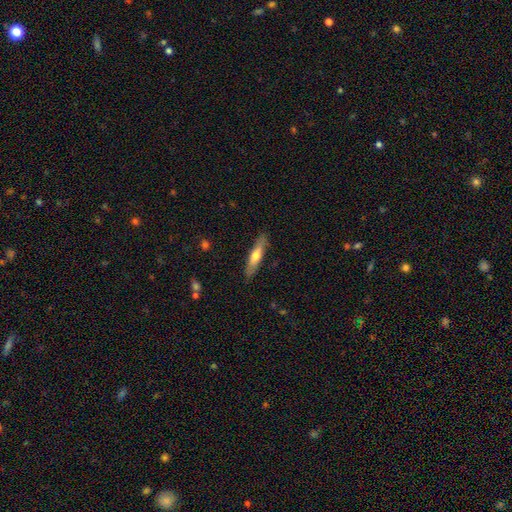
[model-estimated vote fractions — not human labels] Q: Smooth or featured?
A: smooth (55%); runner-up: featured or disk (39%)
Q: How rounded?
A: cigar-shaped (82%); runner-up: in between (16%)
Q: Merging?
A: none (88%); runner-up: minor disturbance (9%)